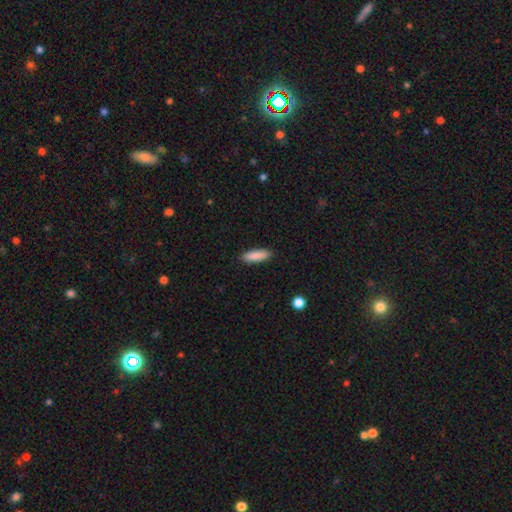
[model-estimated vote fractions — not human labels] Smooth or featured?
  - smooth: 88% *
  - star or artifact: 6%
  - featured or disk: 6%
How rounded?
  - in between: 50% *
  - cigar-shaped: 48%
  - round: 2%
Merging?
  - none: 89% *
  - minor disturbance: 8%
  - major disturbance: 2%
  - merger: 1%